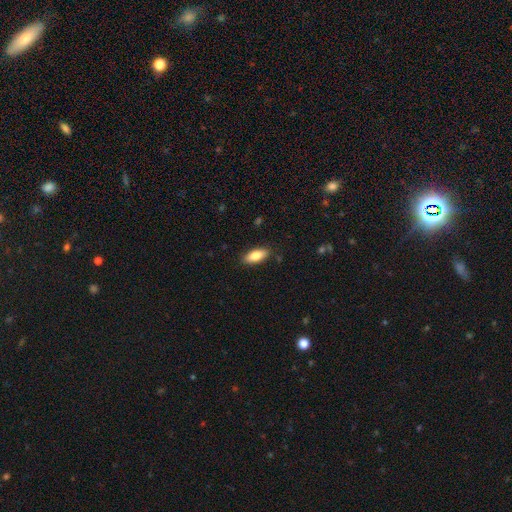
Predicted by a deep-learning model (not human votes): A smooth galaxy with no disk features (82%) that is in between round and cigar-shaped (84%). Merging: none (87%).